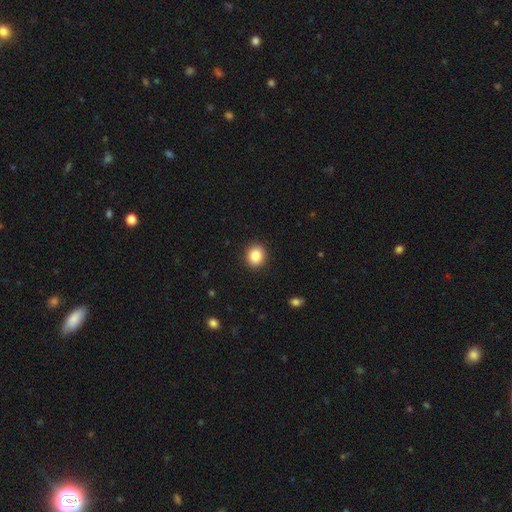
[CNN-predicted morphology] A smooth galaxy with no disk features (87%) that is round (70%). Merging: none (91%).